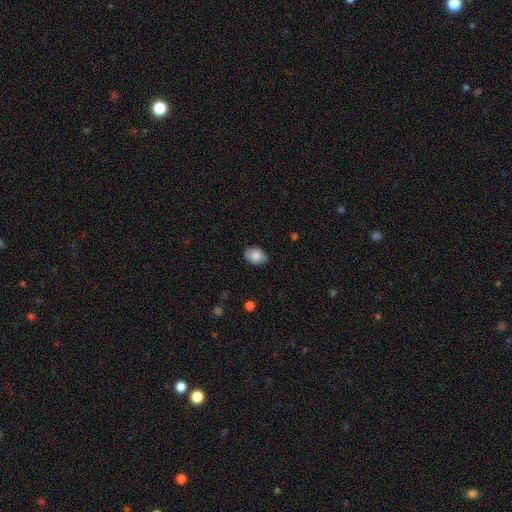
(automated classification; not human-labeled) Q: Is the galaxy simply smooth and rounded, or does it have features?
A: smooth — 84%.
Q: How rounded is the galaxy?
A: in between — 78%.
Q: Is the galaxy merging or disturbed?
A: none — 83%.